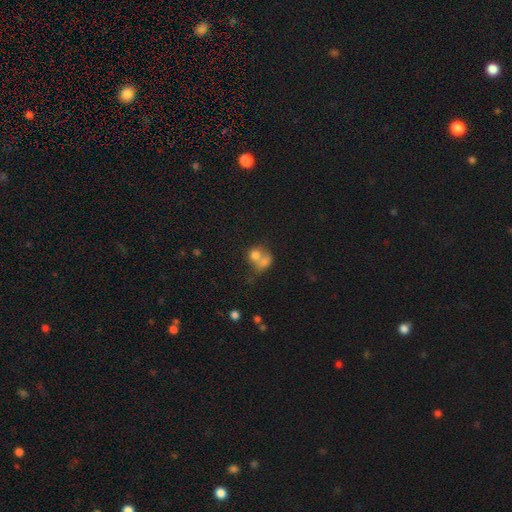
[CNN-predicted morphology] Smooth or featured? Predicted: smooth (p=0.71). How rounded? Predicted: round (p=0.64). Merging? Predicted: merger (p=0.67).